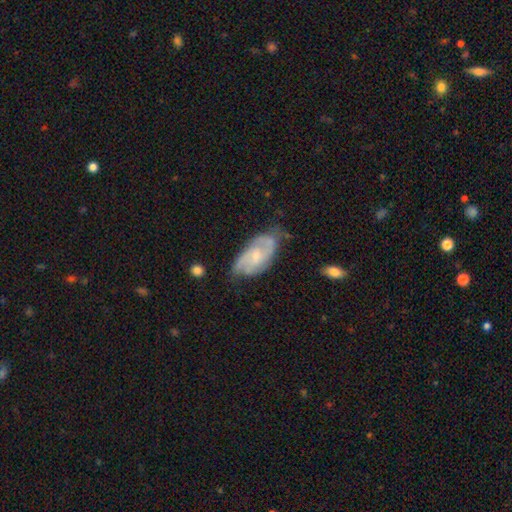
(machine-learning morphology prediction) A featured or disk galaxy (75%) with no bar (62%), 2 (52%) medium (45%) spiral arms (93%) and a small central bulge (57%). Merging: none (61%).